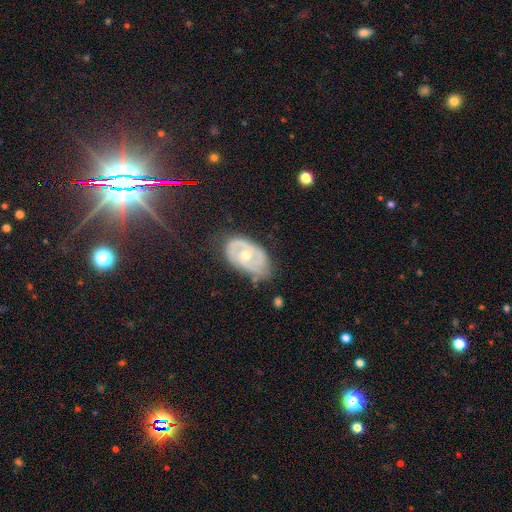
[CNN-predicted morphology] featured or disk 64%, smooth 24%, star or artifact 12%. Down the decision tree: edge-on disk — no (93%); bar — no (73%); spiral arms — yes (52%); bulge size — moderate (57%); merging — none (64%).